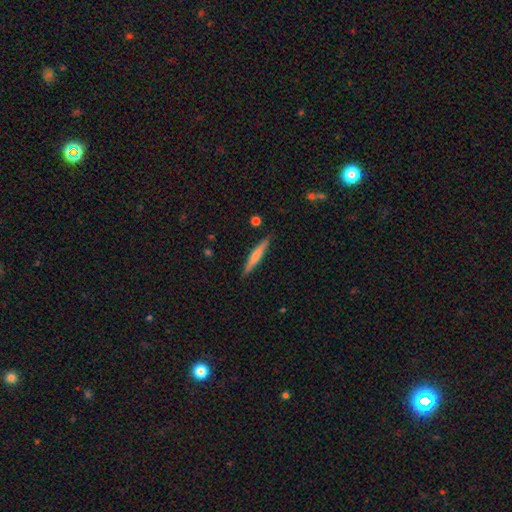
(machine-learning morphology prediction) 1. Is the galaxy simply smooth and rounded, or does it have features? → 57% smooth, 37% featured or disk, 6% star or artifact.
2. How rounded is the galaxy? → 94% cigar-shaped, 5% in between, 1% round.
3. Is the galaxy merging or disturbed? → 88% none, 9% minor disturbance, 2% major disturbance, 2% merger.